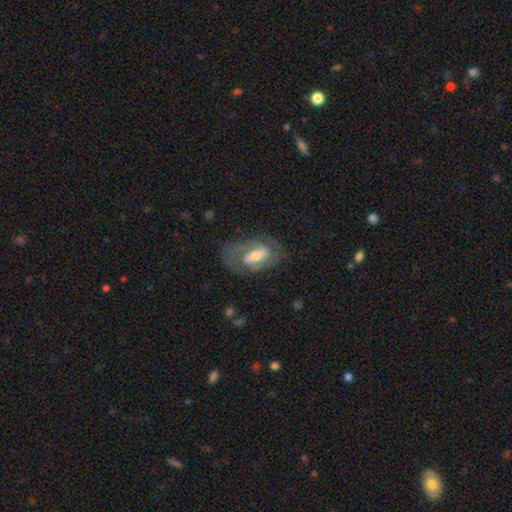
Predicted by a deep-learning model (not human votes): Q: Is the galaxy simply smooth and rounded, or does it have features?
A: featured or disk — 73%.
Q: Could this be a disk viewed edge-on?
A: no — 95%.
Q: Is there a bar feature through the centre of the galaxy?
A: weak — 41%.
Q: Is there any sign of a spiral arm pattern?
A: yes — 82%.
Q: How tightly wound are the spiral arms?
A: medium — 46%.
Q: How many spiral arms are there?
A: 2 — 72%.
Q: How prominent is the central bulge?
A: moderate — 47%.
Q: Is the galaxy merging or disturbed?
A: none — 65%.